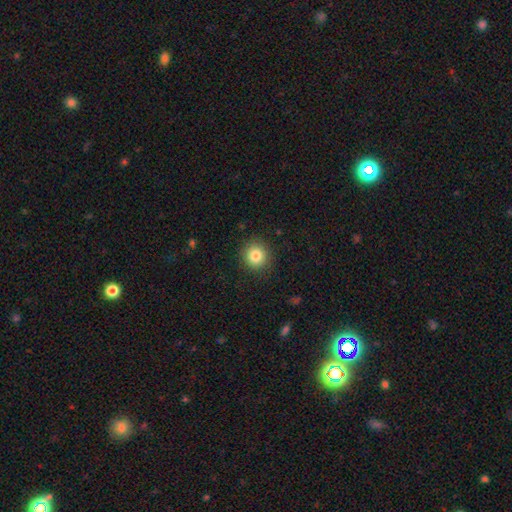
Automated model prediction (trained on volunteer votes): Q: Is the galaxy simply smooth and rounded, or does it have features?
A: smooth — 83%.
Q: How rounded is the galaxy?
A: round — 92%.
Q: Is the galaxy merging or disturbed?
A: none — 90%.